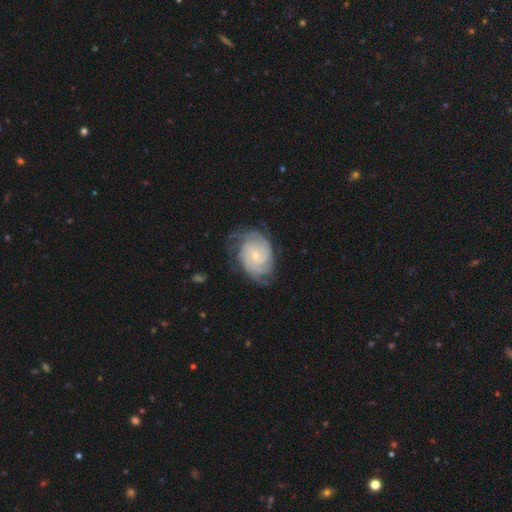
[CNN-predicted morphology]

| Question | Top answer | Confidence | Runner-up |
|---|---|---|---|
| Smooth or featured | featured or disk | 88% | smooth (7%) |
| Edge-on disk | no | 98% | yes (2%) |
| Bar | no | 58% | weak (35%) |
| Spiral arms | yes | 98% | no (2%) |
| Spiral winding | tight | 71% | medium (24%) |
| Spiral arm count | can't tell | 26% | 2 (22%) |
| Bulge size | small | 70% | moderate (27%) |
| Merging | none | 71% | minor disturbance (19%) |